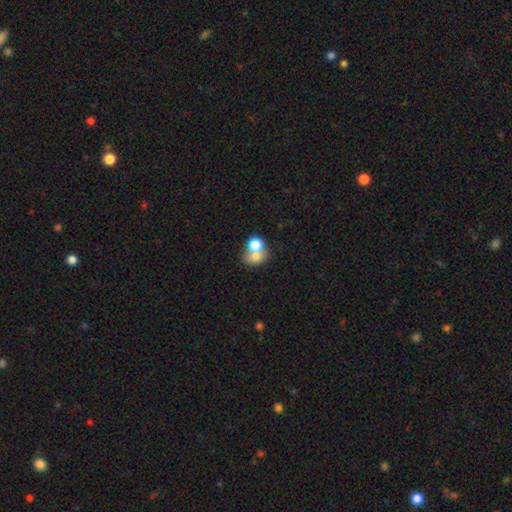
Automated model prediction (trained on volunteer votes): Smooth or featured: smooth — 71% (featured or disk — 18%)
How rounded: round — 55% (in between — 44%)
Merging: merger — 61% (none — 27%)